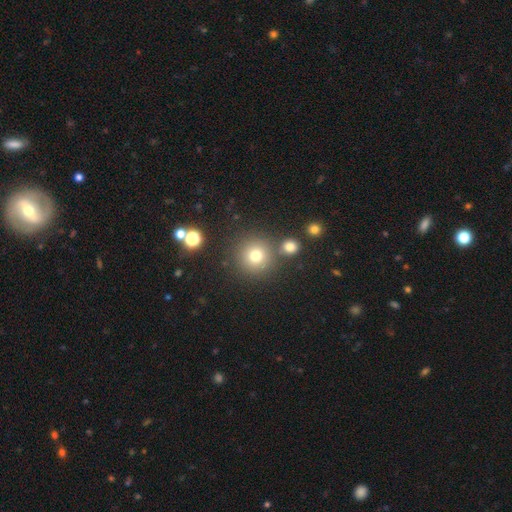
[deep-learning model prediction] Overall: smooth (74%). How rounded: round (95%). Merging: none (81%).